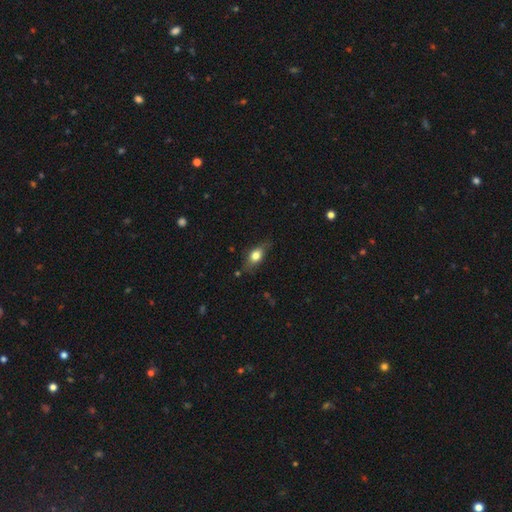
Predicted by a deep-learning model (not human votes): Overall: smooth (73%). How rounded: in between (77%). Merging: none (68%).